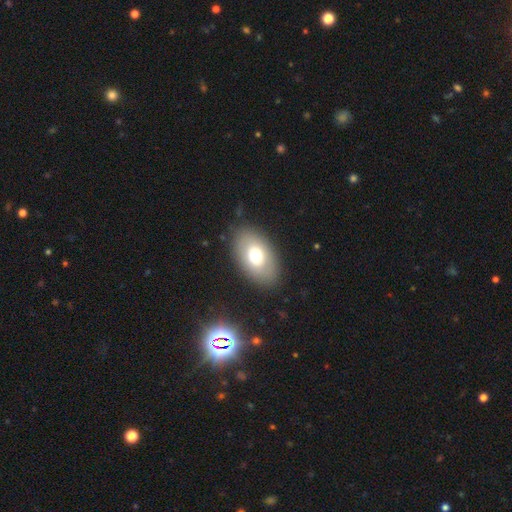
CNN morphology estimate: A smooth galaxy with no disk features (68%) that is in between round and cigar-shaped (90%). Merging: none (85%).